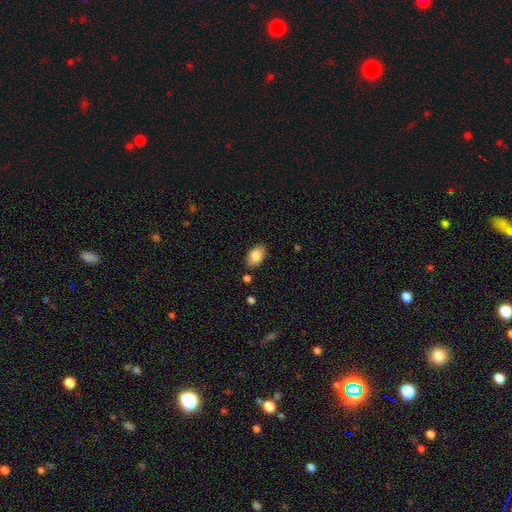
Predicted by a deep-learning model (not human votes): Smooth or featured? Predicted: smooth (p=0.85). How rounded? Predicted: in between (p=0.90). Merging? Predicted: none (p=0.83).